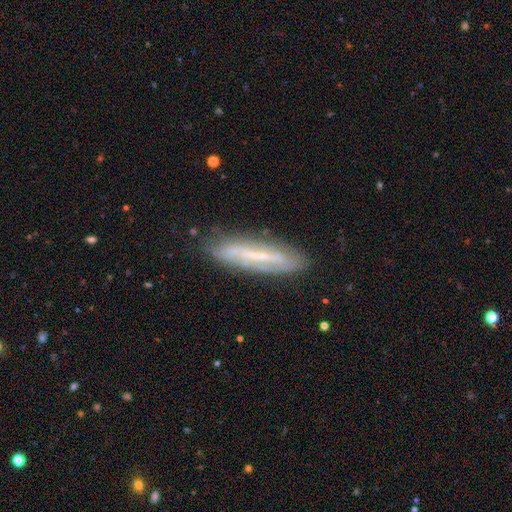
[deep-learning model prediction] Smooth or featured?
  - featured or disk: 61% *
  - smooth: 30%
  - star or artifact: 8%
Edge-on disk?
  - yes: 53% *
  - no: 47%
Merging?
  - none: 78% *
  - minor disturbance: 15%
  - major disturbance: 4%
  - merger: 2%